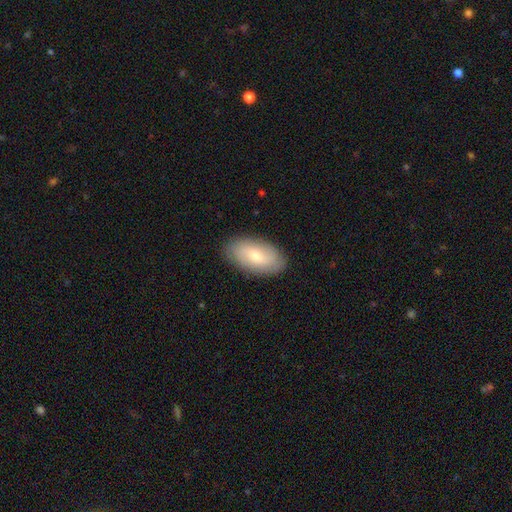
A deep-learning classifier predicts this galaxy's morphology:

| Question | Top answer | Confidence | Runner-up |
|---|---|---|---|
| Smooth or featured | smooth | 63% | featured or disk (31%) |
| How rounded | in between | 93% | cigar-shaped (4%) |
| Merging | none | 88% | minor disturbance (9%) |